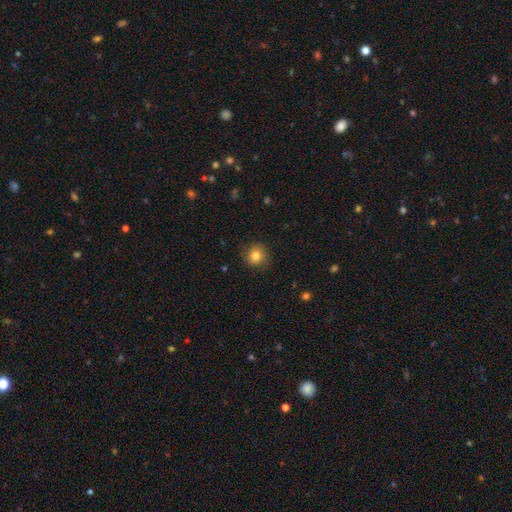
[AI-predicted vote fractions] The model was most divided on "smooth or featured": smooth: 82%, star or artifact: 11%, featured or disk: 7%. More confident: how rounded — round (90%); merging — none (87%).